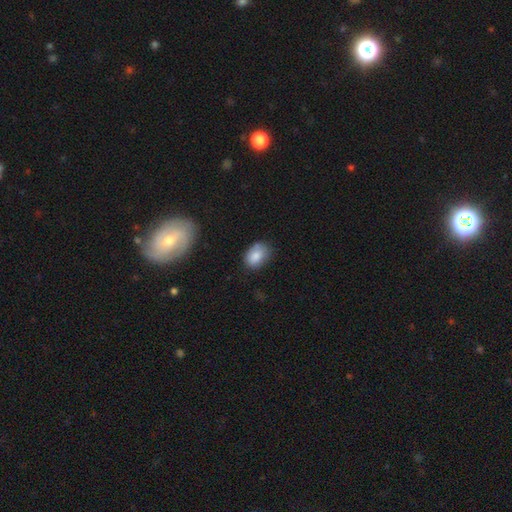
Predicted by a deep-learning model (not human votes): This is clearly a smooth galaxy (83%). How rounded: clearly in between (80%). Merging: likely none (67%).